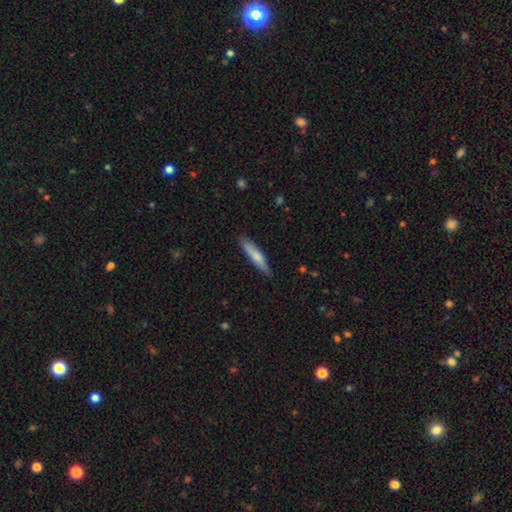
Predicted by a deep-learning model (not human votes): Morphology: type=smooth (69%); roundness=cigar-shaped (86%); merging=none (85%).